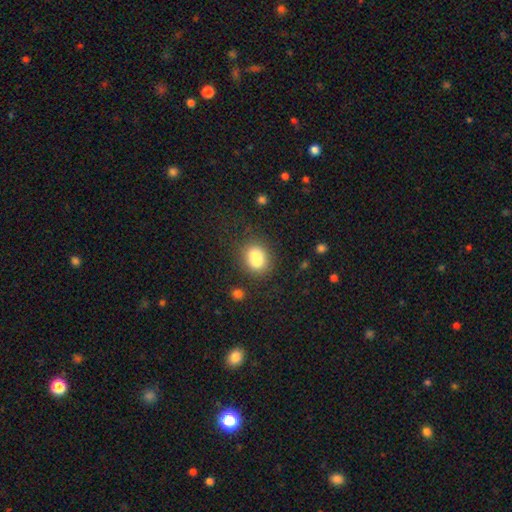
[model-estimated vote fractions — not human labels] This is likely a smooth galaxy (71%). How rounded: likely round (61%). Merging: possibly merger (47%).